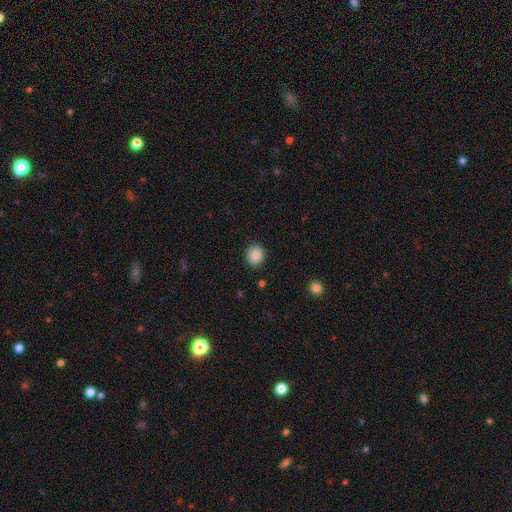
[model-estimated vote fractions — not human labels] smooth 87%, star or artifact 9%, featured or disk 5%. Down the decision tree: how rounded — round (69%); merging — none (89%).